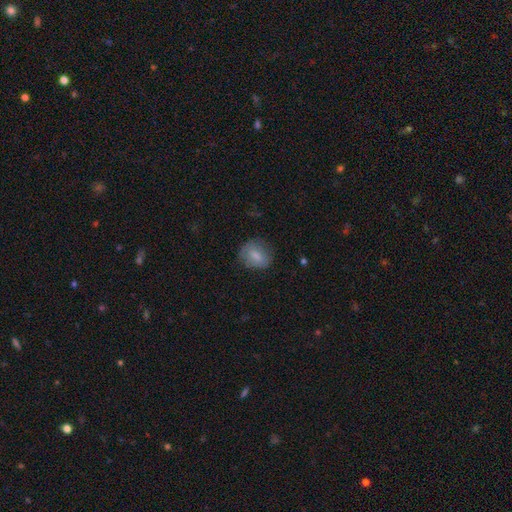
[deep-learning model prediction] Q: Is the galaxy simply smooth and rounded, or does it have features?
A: smooth — 73%.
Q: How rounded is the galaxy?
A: round — 55%.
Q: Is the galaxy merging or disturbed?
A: none — 67%.